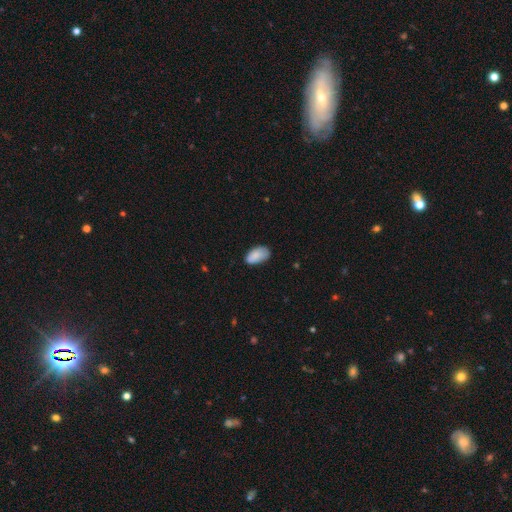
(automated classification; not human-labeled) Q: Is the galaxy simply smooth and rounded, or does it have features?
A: smooth — 86%.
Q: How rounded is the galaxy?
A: in between — 94%.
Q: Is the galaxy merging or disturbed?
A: none — 68%.